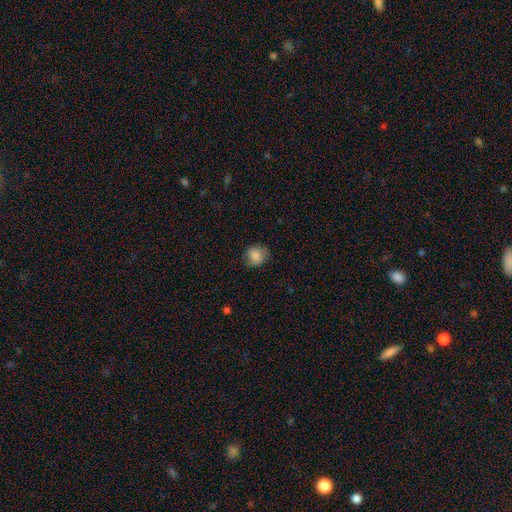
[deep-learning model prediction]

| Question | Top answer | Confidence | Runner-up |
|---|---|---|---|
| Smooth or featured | smooth | 84% | star or artifact (9%) |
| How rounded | round | 76% | in between (23%) |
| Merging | none | 77% | minor disturbance (17%) |